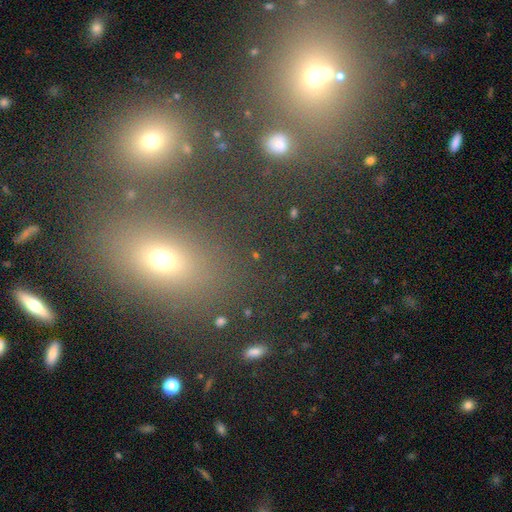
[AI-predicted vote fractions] smooth 49%, star or artifact 37%, featured or disk 14%. Down the decision tree: merging — none (76%).